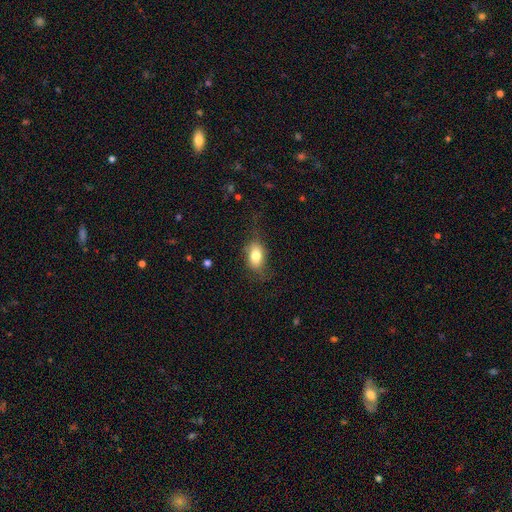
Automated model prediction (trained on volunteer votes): smooth_or_featured: smooth (p=0.78) [alt: featured or disk p=0.14]
how_rounded: in between (p=0.86) [alt: round p=0.12]
merging: none (p=0.63) [alt: minor disturbance p=0.23]